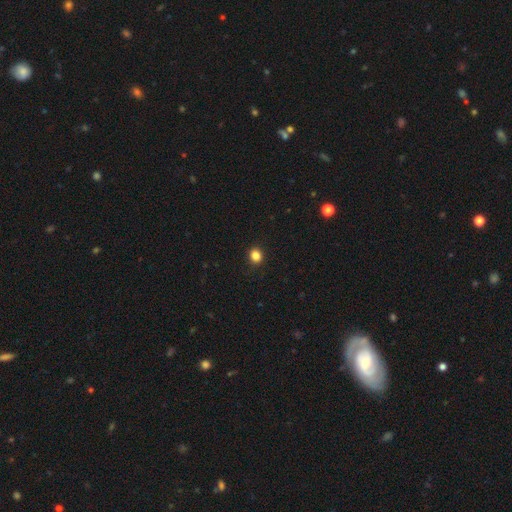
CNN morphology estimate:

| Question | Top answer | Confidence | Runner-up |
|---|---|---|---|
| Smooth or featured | smooth | 85% | star or artifact (12%) |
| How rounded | round | 77% | in between (22%) |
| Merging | none | 91% | minor disturbance (6%) |